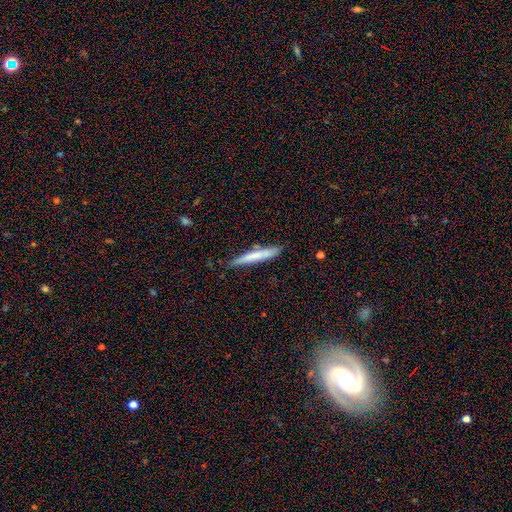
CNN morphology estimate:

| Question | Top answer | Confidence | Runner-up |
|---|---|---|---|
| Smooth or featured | smooth | 65% | featured or disk (28%) |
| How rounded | cigar-shaped | 95% | in between (4%) |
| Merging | none | 77% | minor disturbance (17%) |